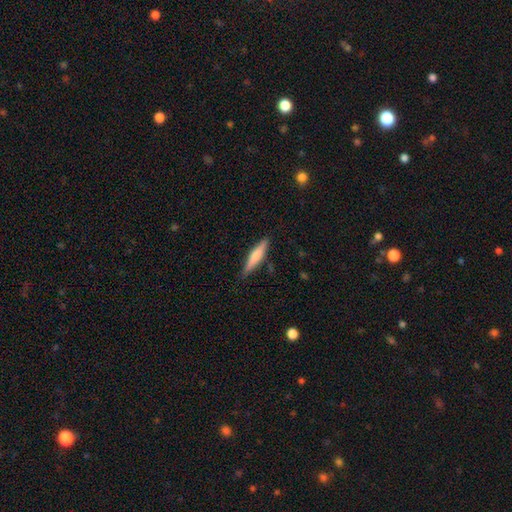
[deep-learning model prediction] Smooth or featured?
  - smooth: 62% *
  - featured or disk: 32%
  - star or artifact: 6%
How rounded?
  - cigar-shaped: 85% *
  - in between: 13%
  - round: 1%
Merging?
  - none: 85% *
  - minor disturbance: 11%
  - major disturbance: 2%
  - merger: 1%